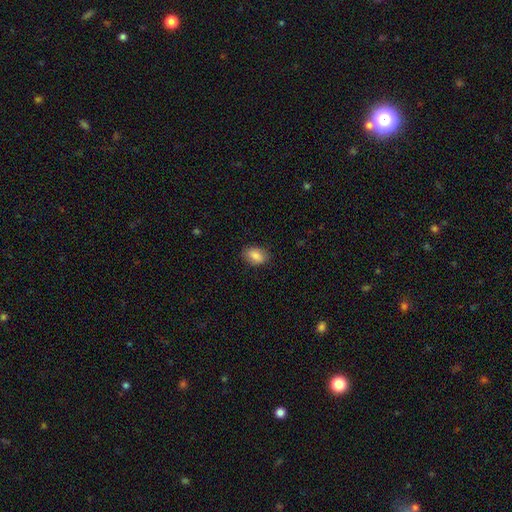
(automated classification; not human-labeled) Smooth or featured? Predicted: smooth (p=0.86). How rounded? Predicted: in between (p=0.86). Merging? Predicted: none (p=0.85).